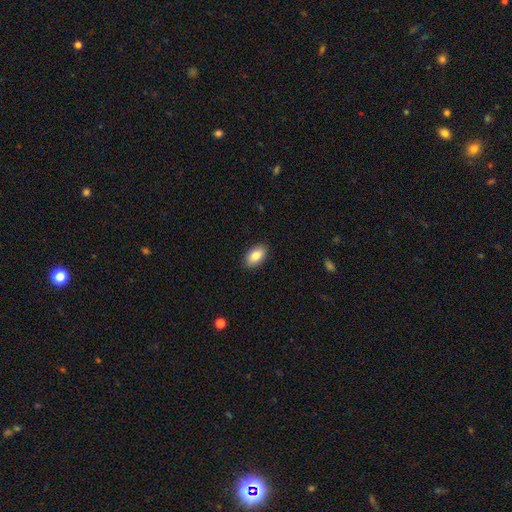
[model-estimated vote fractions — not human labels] smooth 83%, featured or disk 10%, star or artifact 7%. Down the decision tree: how rounded — in between (93%); merging — none (90%).